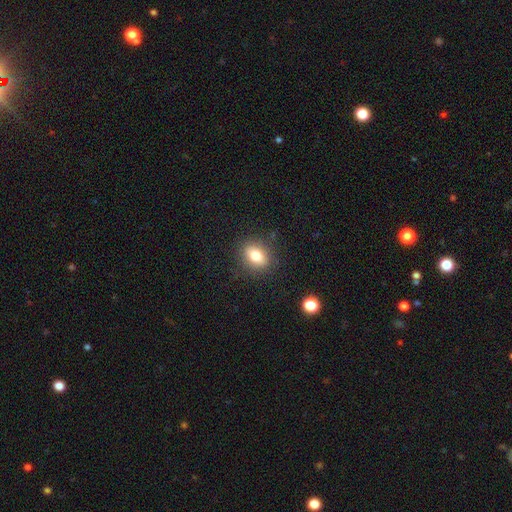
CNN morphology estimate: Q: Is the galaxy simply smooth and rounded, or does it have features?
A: smooth — 79%.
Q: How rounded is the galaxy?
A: in between — 68%.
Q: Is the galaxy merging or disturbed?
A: none — 86%.